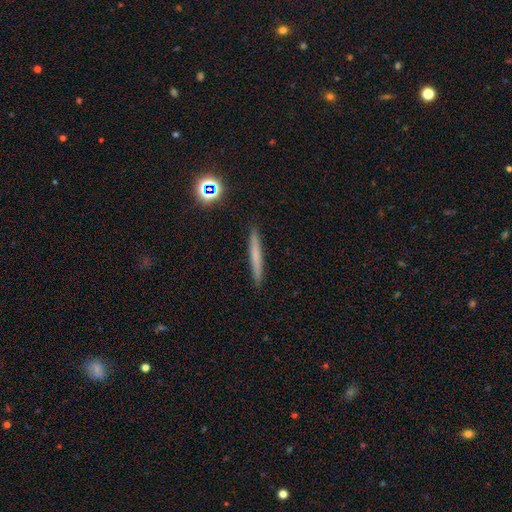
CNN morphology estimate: smooth_or_featured: smooth (p=0.63) [alt: featured or disk p=0.28]
how_rounded: cigar-shaped (p=0.96) [alt: in between p=0.02]
merging: none (p=0.91) [alt: minor disturbance p=0.06]